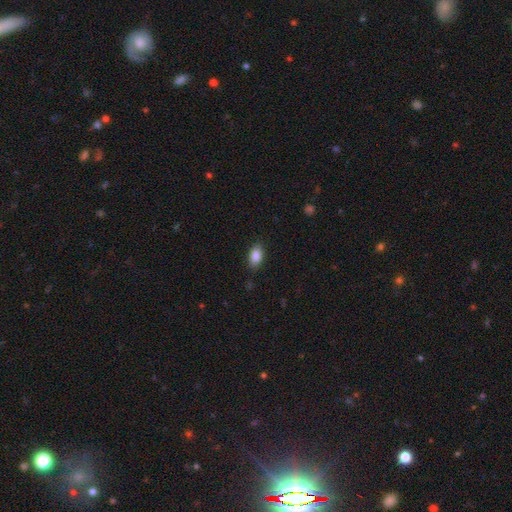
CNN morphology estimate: smooth-or-featured: smooth: 87% | star or artifact: 8% | featured or disk: 5%
  how-rounded: in between: 91% | round: 7% | cigar-shaped: 3%
  merging: none: 85% | minor disturbance: 11% | major disturbance: 3% | merger: 1%